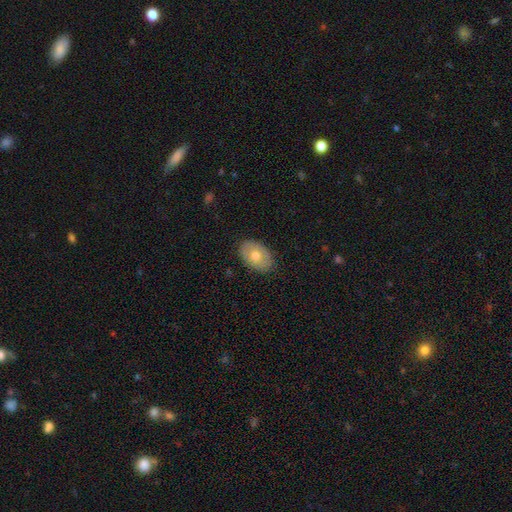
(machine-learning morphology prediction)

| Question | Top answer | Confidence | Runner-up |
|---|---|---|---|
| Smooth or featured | smooth | 68% | featured or disk (25%) |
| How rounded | in between | 85% | round (14%) |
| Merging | none | 87% | minor disturbance (10%) |